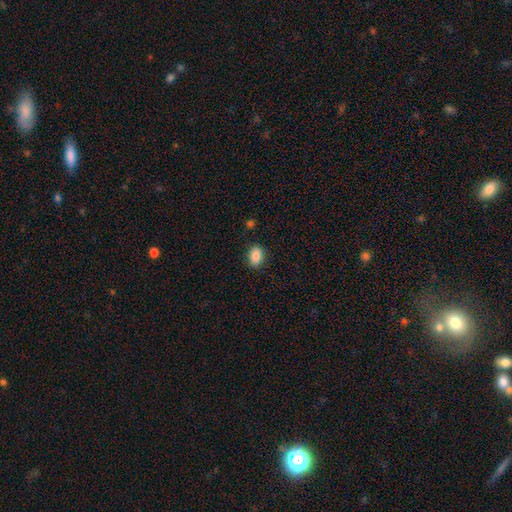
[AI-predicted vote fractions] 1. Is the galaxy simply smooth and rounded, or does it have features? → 86% smooth, 8% star or artifact, 5% featured or disk.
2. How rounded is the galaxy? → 81% in between, 18% round, 1% cigar-shaped.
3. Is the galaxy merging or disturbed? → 87% none, 9% minor disturbance, 2% major disturbance, 1% merger.